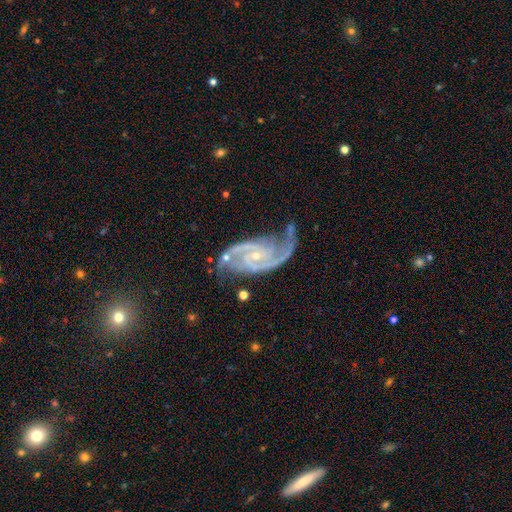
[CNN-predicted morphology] featured or disk 92%, star or artifact 5%, smooth 3%. Down the decision tree: edge-on disk — no (97%); bar — no (57%); spiral arms — yes (99%); spiral arm count — 2 (79%); spiral winding — medium (55%); bulge size — small (77%); merging — none (63%).